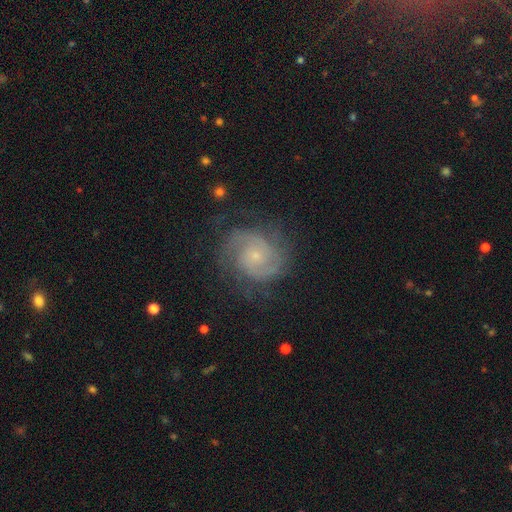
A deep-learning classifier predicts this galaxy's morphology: This is clearly a featured or disk galaxy (86%). It is clearly not viewed edge-on (98%). Bar: likely no (72%). Spiral arm pattern: clearly yes (97%). Spiral arm count: likely 2 (70%). Spiral winding: possibly tight (52%). Central bulge: likely small (77%). Merging: likely none (76%).